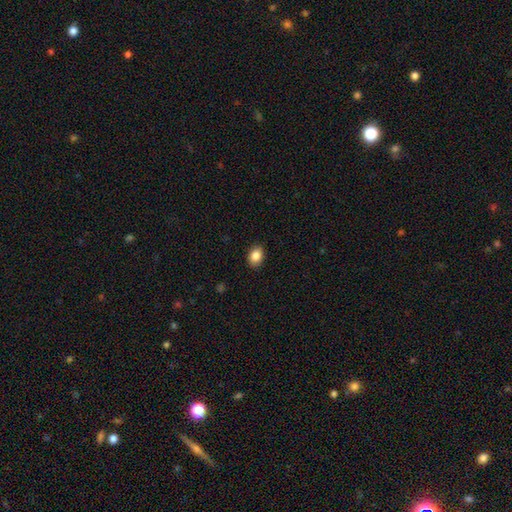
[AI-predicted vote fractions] The model was most divided on "how rounded": in between: 70%, round: 29%, cigar-shaped: 1%. More confident: merging — none (89%); smooth or featured — smooth (86%).